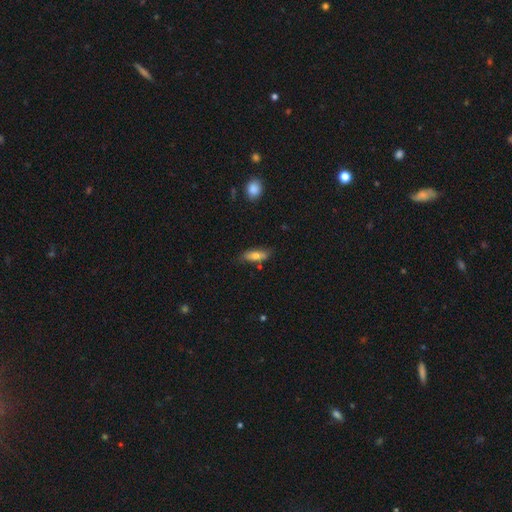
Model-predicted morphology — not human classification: Smooth or featured?
  - smooth: 70% *
  - featured or disk: 24%
  - star or artifact: 7%
How rounded?
  - in between: 63% *
  - cigar-shaped: 34%
  - round: 3%
Merging?
  - none: 75% *
  - minor disturbance: 19%
  - major disturbance: 3%
  - merger: 3%